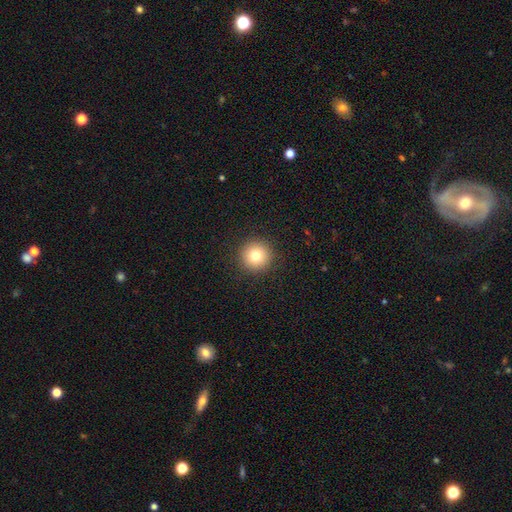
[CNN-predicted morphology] This appears to be a smooth galaxy with no disk features (79%) that is round (96%). Merging: none (92%).